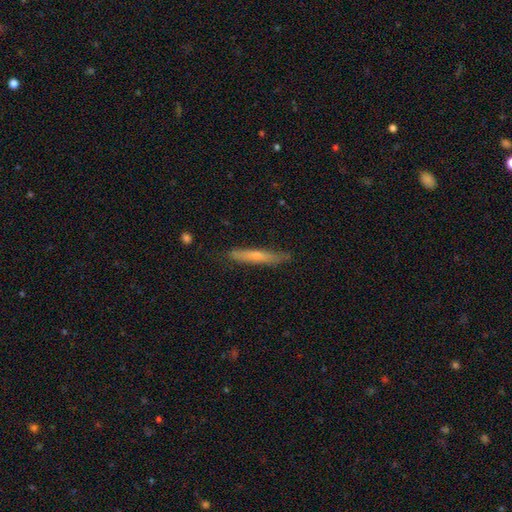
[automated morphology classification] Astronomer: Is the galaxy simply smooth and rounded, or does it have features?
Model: smooth — 54% (runner-up: featured or disk, 40%).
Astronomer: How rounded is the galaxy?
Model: cigar-shaped — 93%.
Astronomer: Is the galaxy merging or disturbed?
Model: none — 81%.